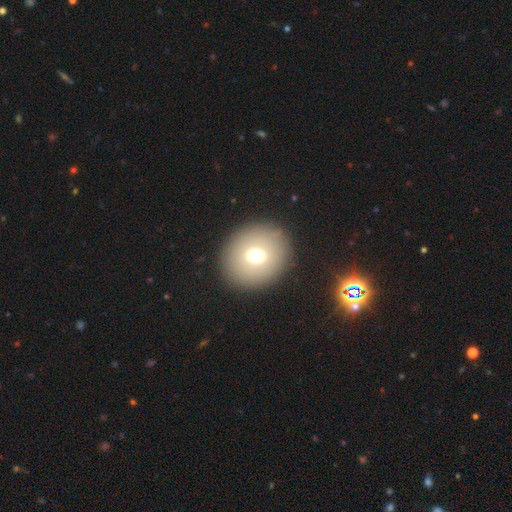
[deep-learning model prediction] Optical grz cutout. It shows a smooth galaxy with no disk features (68%) that is round (78%). Merging: none (89%).